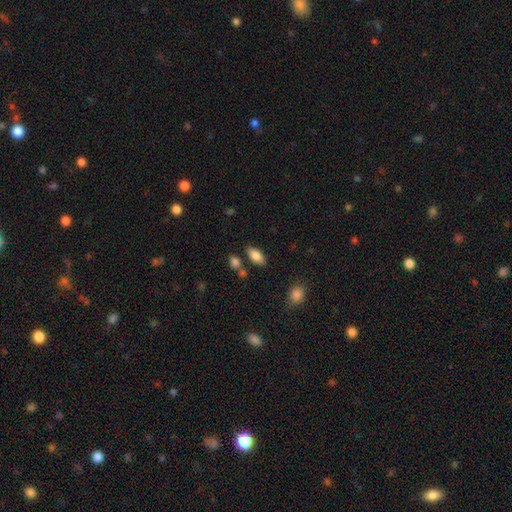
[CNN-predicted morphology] A smooth galaxy with no disk features (83%) that is in between round and cigar-shaped (89%). Merging: none (79%).